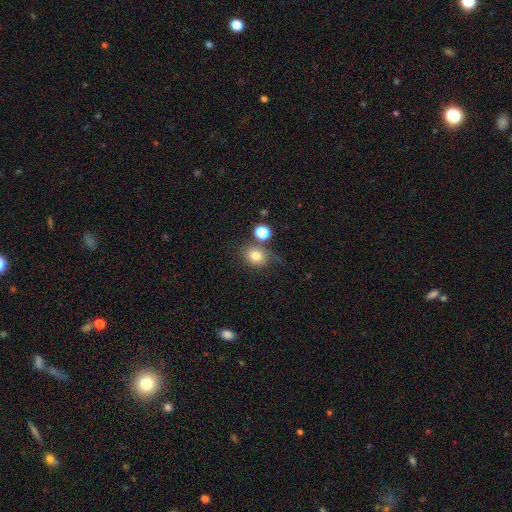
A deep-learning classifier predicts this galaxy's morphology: Smooth or featured?
  - smooth: 78% *
  - star or artifact: 13%
  - featured or disk: 9%
How rounded?
  - round: 64% *
  - in between: 35%
  - cigar-shaped: 1%
Merging?
  - none: 66% *
  - minor disturbance: 15%
  - merger: 13%
  - major disturbance: 6%